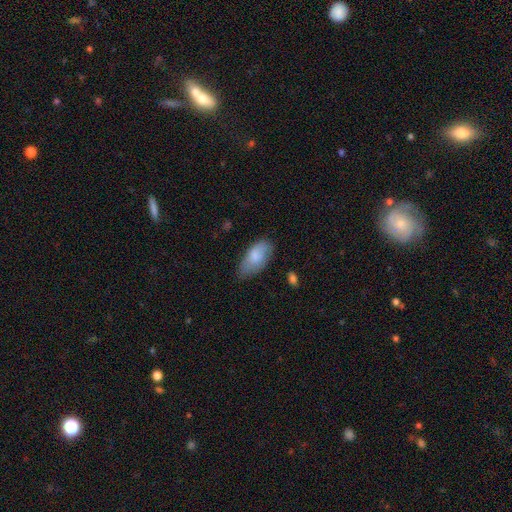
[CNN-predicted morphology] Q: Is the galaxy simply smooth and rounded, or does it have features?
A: smooth — 80%.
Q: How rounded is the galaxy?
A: in between — 93%.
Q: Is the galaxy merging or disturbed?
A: none — 59%.